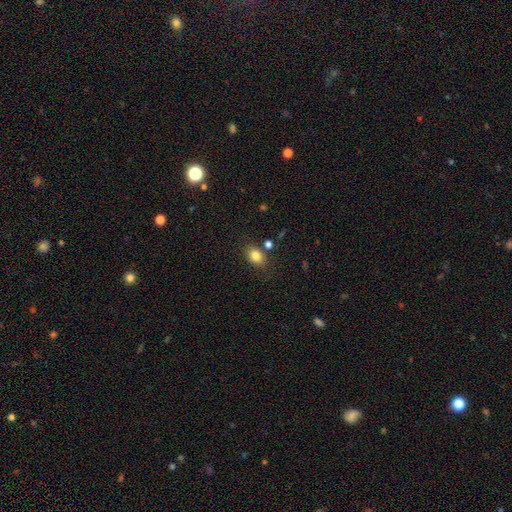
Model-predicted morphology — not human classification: This appears to be a smooth galaxy with no disk features (83%) that is in between round and cigar-shaped (65%). Merging: none (76%).